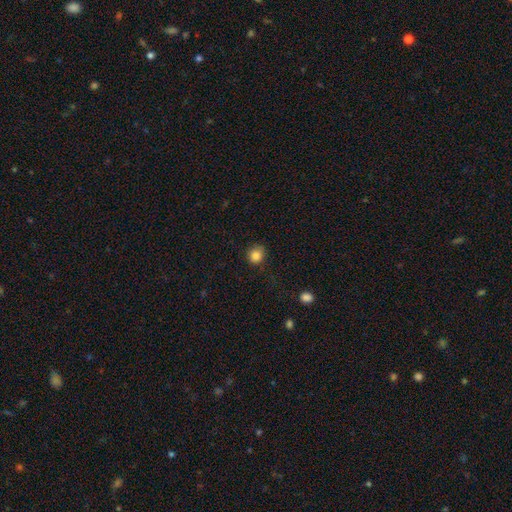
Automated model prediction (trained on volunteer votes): smooth 85%, star or artifact 11%, featured or disk 4%. Down the decision tree: how rounded — round (86%); merging — none (78%).